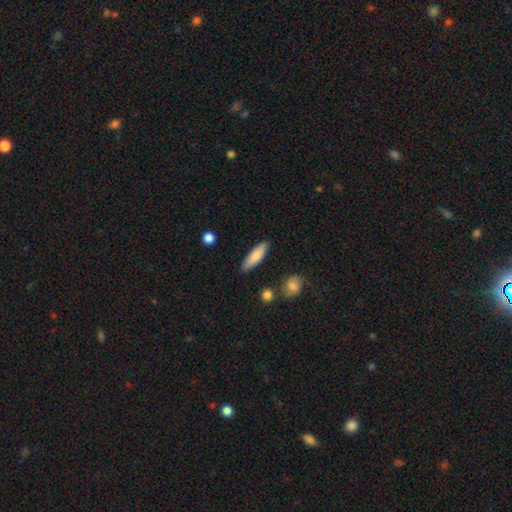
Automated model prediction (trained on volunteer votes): smooth-or-featured: smooth: 81% | featured or disk: 13% | star or artifact: 6%
  how-rounded: cigar-shaped: 56% | in between: 42% | round: 2%
  merging: none: 85% | minor disturbance: 11% | major disturbance: 2% | merger: 2%